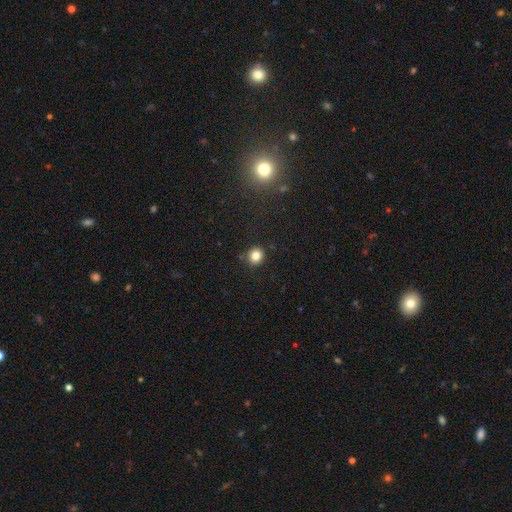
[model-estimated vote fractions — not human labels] smooth 83%, star or artifact 12%, featured or disk 5%. Down the decision tree: how rounded — round (89%); merging — none (88%).